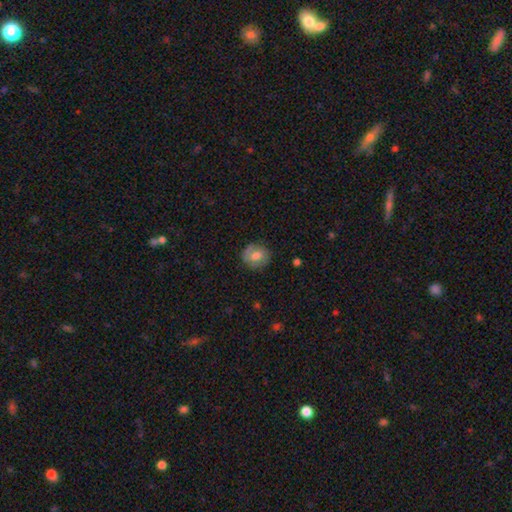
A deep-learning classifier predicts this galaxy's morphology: type=smooth (65%); roundness=round (81%); merging=none (77%).